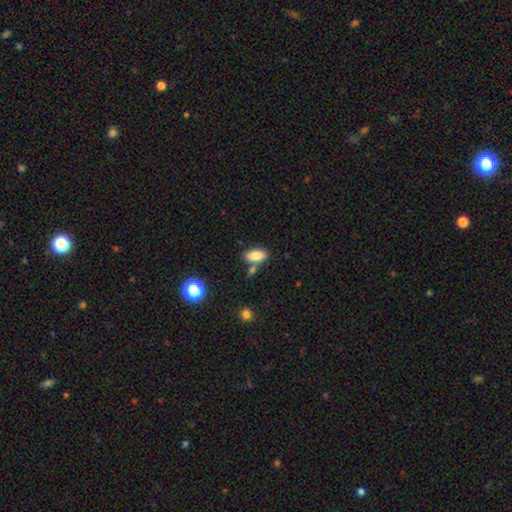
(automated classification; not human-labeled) smooth-or-featured: smooth: 83% | featured or disk: 8% | star or artifact: 8%
  how-rounded: in between: 89% | cigar-shaped: 8% | round: 3%
  merging: none: 70% | merger: 14% | minor disturbance: 12% | major disturbance: 3%